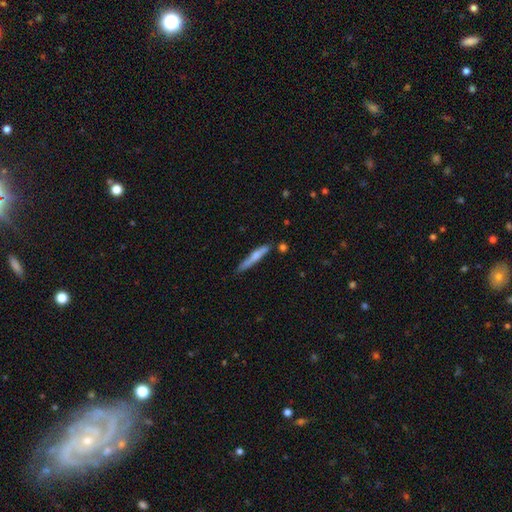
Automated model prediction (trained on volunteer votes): smooth 62%, featured or disk 32%, star or artifact 6%. Down the decision tree: how rounded — cigar-shaped (93%); merging — none (69%).